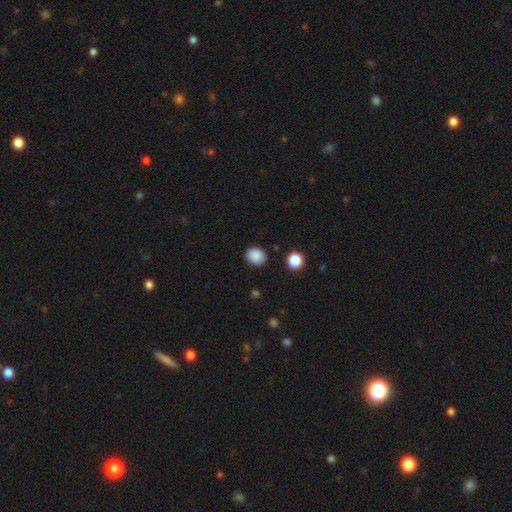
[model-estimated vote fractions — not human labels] Smooth or featured? smooth (87%)
How rounded? round (72%)
Merging? none (86%)